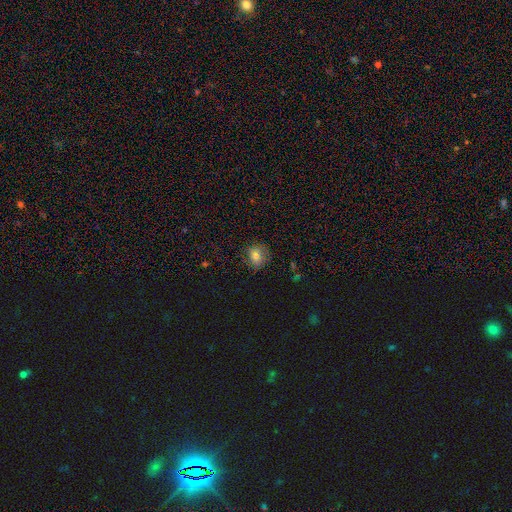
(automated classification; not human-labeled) Morphology: type=smooth (74%); roundness=round (70%); merging=none (75%).